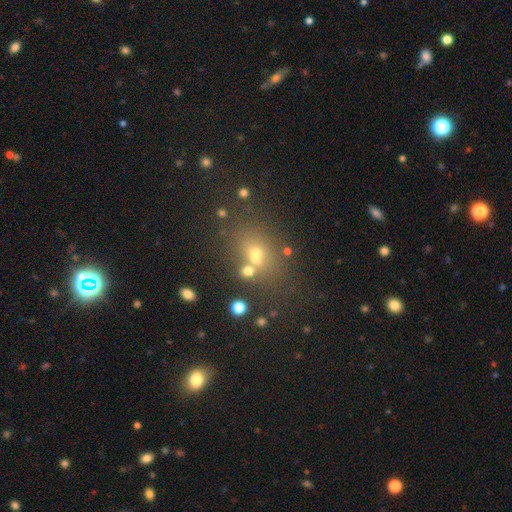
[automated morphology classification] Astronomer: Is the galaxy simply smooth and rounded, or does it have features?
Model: smooth — 54%.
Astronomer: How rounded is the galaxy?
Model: round — 49%, tied with in between at 49%.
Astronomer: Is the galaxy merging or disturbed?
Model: none — 51% (runner-up: merger, 30%).